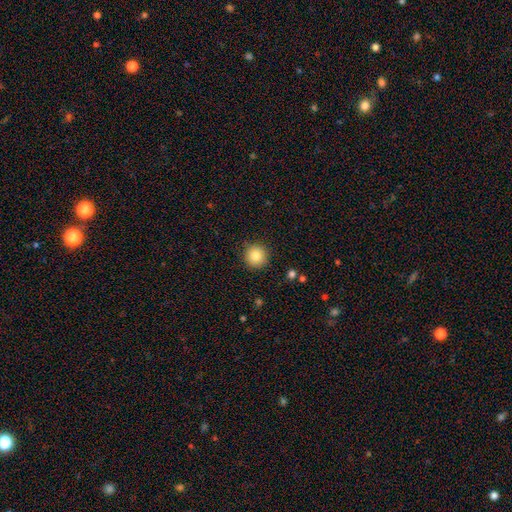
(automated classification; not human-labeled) Smooth or featured? Predicted: smooth (p=0.85). How rounded? Predicted: round (p=0.95). Merging? Predicted: none (p=0.90).